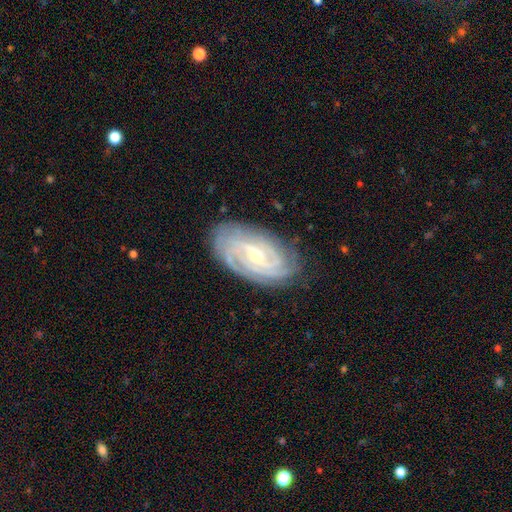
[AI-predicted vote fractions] The model was most divided on "spiral arm count": 4: 26%, 3: 23%, can't tell: 22%, 2: 15%, more than 4: 8%, 1: 6%. Remaining: spiral arms — yes (98%); edge-on disk — no (95%); smooth or featured — featured or disk (89%); merging — none (81%); spiral winding — tight (76%); bulge size — small (56%); bar — weak (48%).